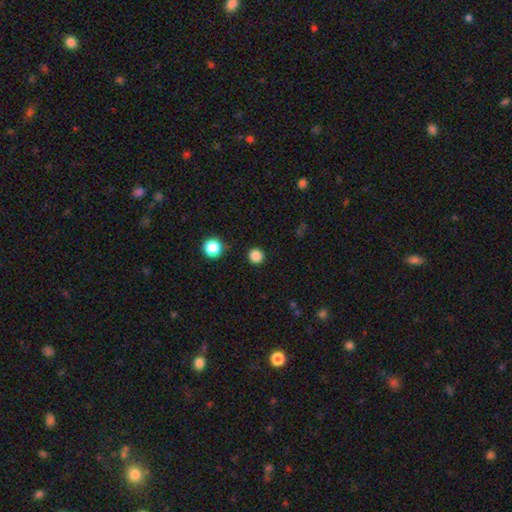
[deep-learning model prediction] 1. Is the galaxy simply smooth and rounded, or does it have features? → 84% smooth, 13% star or artifact, 3% featured or disk.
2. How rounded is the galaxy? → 96% round, 3% in between, 1% cigar-shaped.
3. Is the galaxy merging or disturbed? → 91% none, 5% minor disturbance, 2% major disturbance, 2% merger.